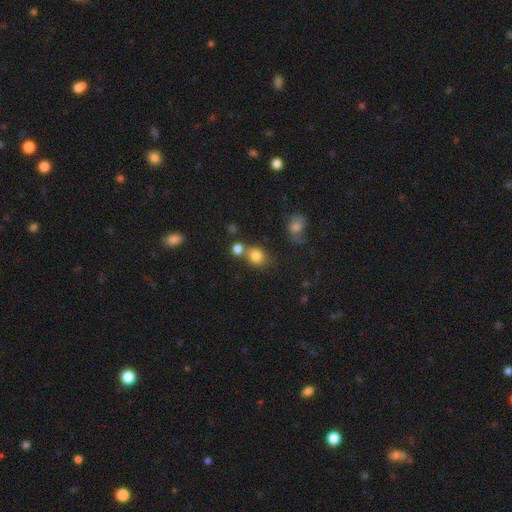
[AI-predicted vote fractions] This appears to be a smooth galaxy with no disk features (80%) that is round (73%). Merging: none (56%).